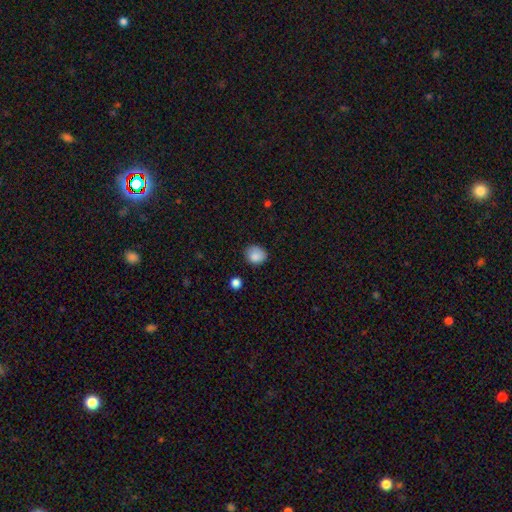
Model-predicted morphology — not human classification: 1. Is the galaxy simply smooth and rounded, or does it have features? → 86% smooth, 9% star or artifact, 6% featured or disk.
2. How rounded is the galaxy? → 59% round, 41% in between, 1% cigar-shaped.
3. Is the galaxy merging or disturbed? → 73% none, 21% minor disturbance, 4% major disturbance, 2% merger.